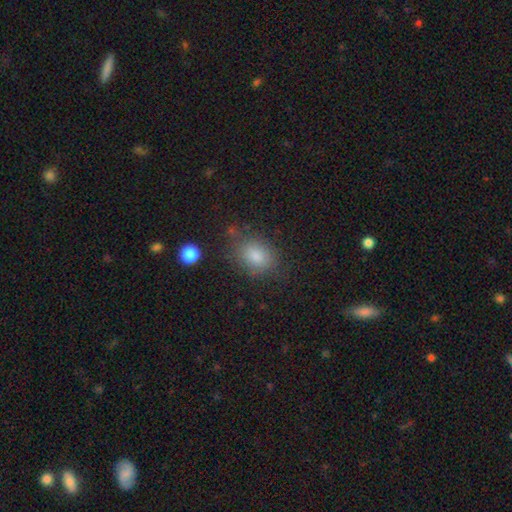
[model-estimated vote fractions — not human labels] Overall: smooth (82%). How rounded: in between (67%; round 32%). Merging: none (75%).